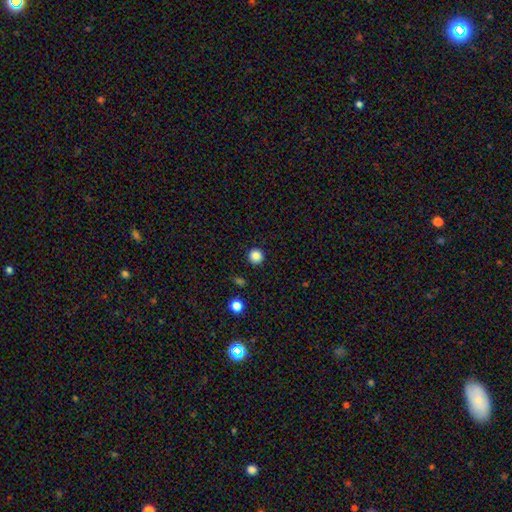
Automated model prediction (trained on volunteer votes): Smooth or featured? smooth (86%)
How rounded? round (95%)
Merging? none (91%)